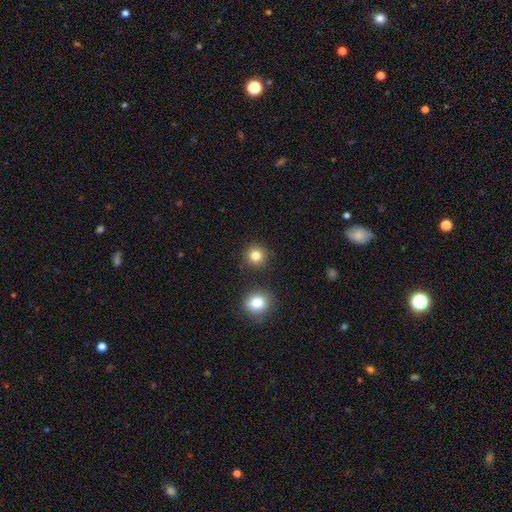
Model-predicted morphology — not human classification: Smooth or featured? Predicted: smooth (p=0.82). How rounded? Predicted: round (p=0.92). Merging? Predicted: none (p=0.87).